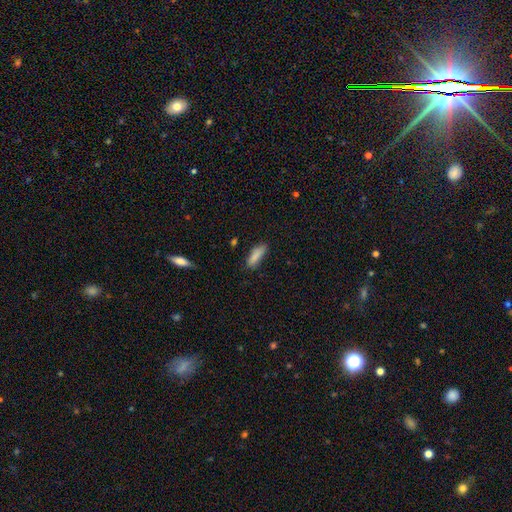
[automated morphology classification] Smooth or featured: smooth — 86% (star or artifact — 7%)
How rounded: in between — 51% (cigar-shaped — 47%)
Merging: none — 73% (minor disturbance — 21%)